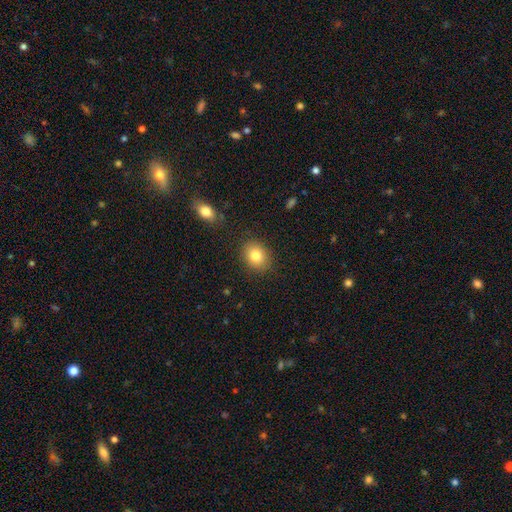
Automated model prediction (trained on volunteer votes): This appears to be a smooth galaxy with no disk features (82%) that is round (53%). Merging: none (87%).